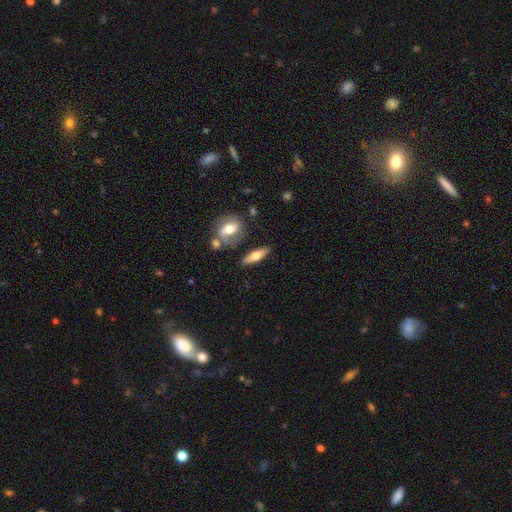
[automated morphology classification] The model was most divided on "how rounded": cigar-shaped: 56%, in between: 40%, round: 3%. More confident: merging — none (78%); smooth or featured — smooth (57%).